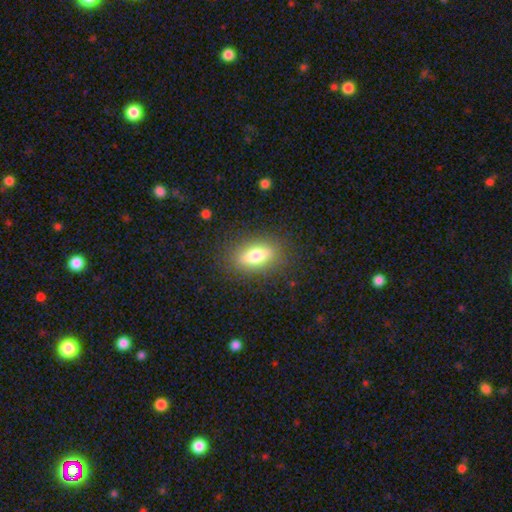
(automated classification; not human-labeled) smooth-or-featured: smooth: 65% | featured or disk: 26% | star or artifact: 9%
  how-rounded: in between: 71% | cigar-shaped: 21% | round: 8%
  merging: none: 85% | minor disturbance: 10% | major disturbance: 4% | merger: 1%